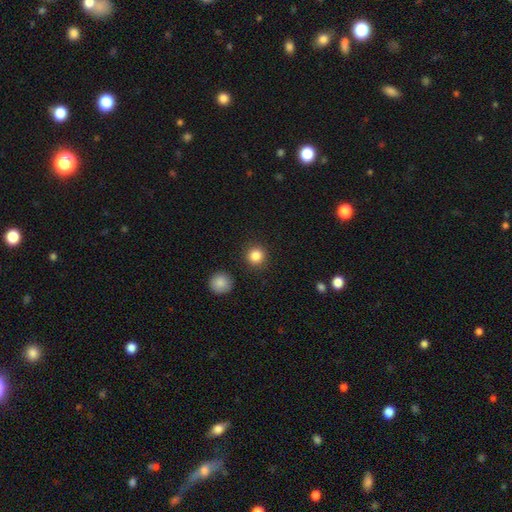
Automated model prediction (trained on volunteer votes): smooth-or-featured: smooth: 85% | star or artifact: 11% | featured or disk: 4%
  how-rounded: round: 93% | in between: 6% | cigar-shaped: 1%
  merging: none: 91% | minor disturbance: 5% | major disturbance: 2% | merger: 2%